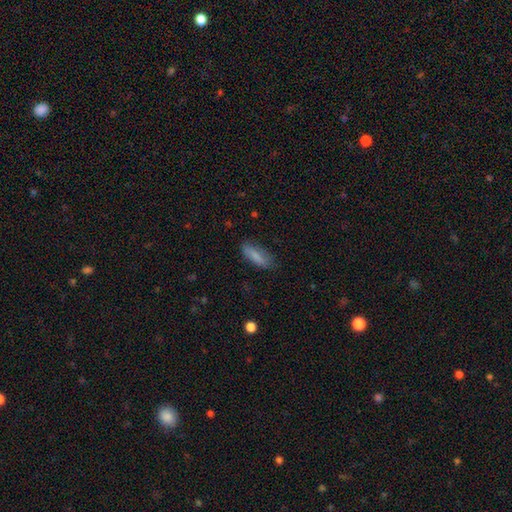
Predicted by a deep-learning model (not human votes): Q: Smooth or featured?
A: smooth (83%); runner-up: featured or disk (10%)
Q: How rounded?
A: in between (57%); runner-up: cigar-shaped (41%)
Q: Merging?
A: none (78%); runner-up: minor disturbance (16%)